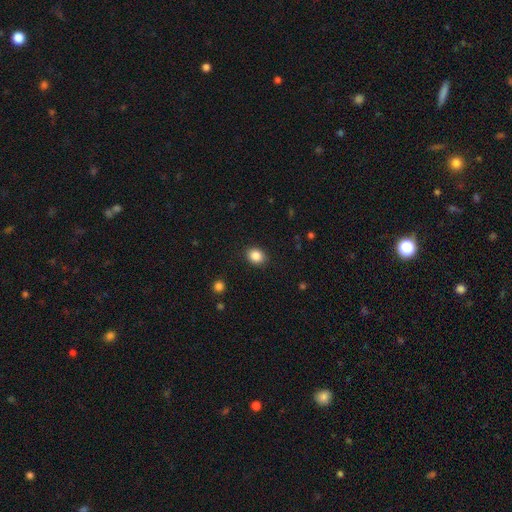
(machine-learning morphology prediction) A smooth galaxy with no disk features (86%) that is round (58%).

Vote fractions:
- Smooth or featured? smooth: 86% / star or artifact: 10% / featured or disk: 4%
- How rounded? round: 58% / in between: 41% / cigar-shaped: 1%
- Merging? none: 89% / minor disturbance: 8% / major disturbance: 2% / merger: 1%